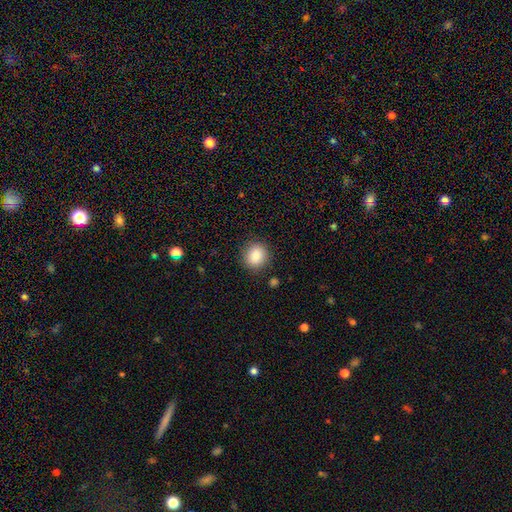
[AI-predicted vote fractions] A smooth galaxy with no disk features (88%) that is round (83%). Merging: none (87%).